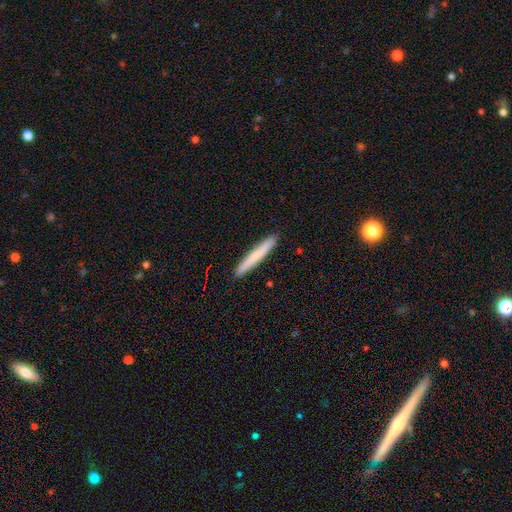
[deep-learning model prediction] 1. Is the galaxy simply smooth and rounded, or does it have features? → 69% smooth, 25% featured or disk, 6% star or artifact.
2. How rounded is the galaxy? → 97% cigar-shaped, 2% in between, 1% round.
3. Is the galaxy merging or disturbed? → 92% none, 6% minor disturbance, 1% major disturbance, 1% merger.